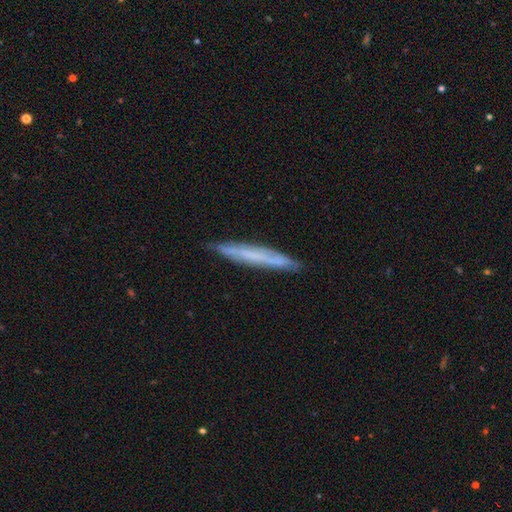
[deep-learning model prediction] Smooth or featured?
  - smooth: 52% *
  - featured or disk: 41%
  - star or artifact: 7%
How rounded?
  - cigar-shaped: 96% *
  - in between: 3%
  - round: 1%
Merging?
  - none: 88% *
  - minor disturbance: 9%
  - major disturbance: 2%
  - merger: 1%